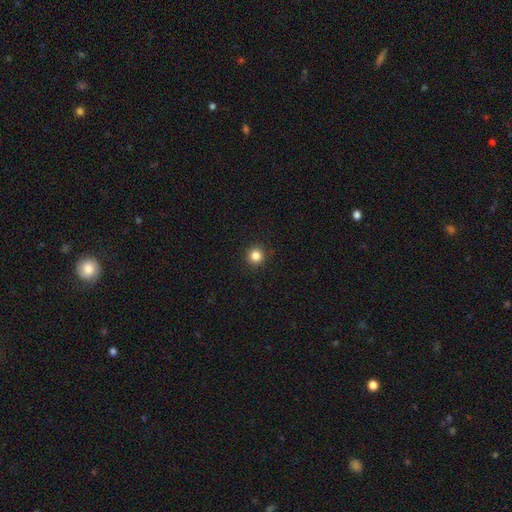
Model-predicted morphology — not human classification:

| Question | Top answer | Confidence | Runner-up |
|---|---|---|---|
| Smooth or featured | smooth | 84% | star or artifact (12%) |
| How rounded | round | 95% | in between (4%) |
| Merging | none | 93% | minor disturbance (4%) |